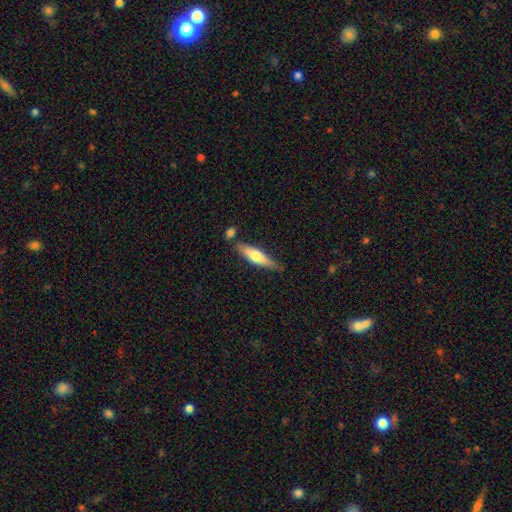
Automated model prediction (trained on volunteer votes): Q: Smooth or featured?
A: smooth (58%); runner-up: featured or disk (36%)
Q: How rounded?
A: cigar-shaped (74%); runner-up: in between (25%)
Q: Merging?
A: none (69%); runner-up: minor disturbance (18%)